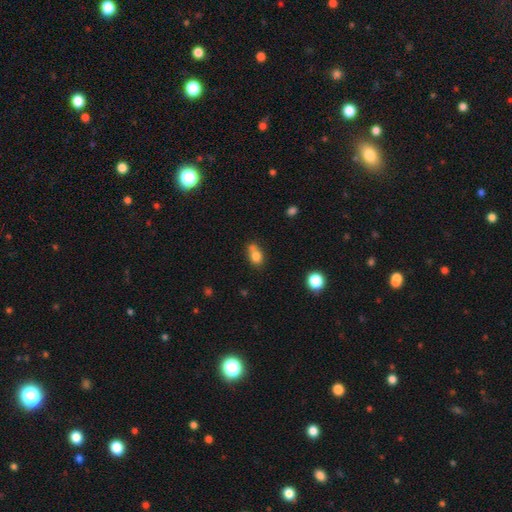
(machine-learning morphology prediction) Smooth or featured: smooth — 77% (featured or disk — 12%)
How rounded: in between — 63% (round — 34%)
Merging: none — 44% (merger — 32%)